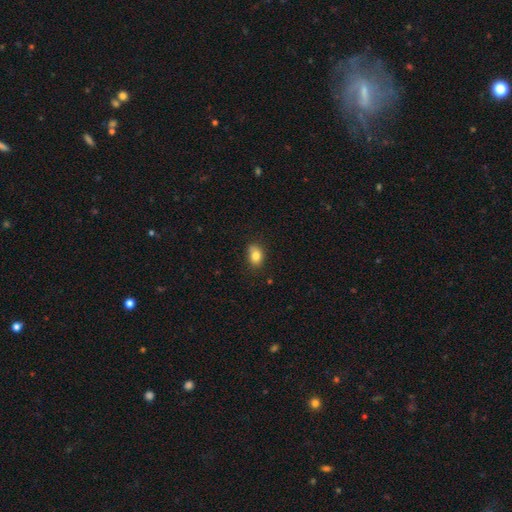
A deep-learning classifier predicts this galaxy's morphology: The model was most divided on "how rounded": in between: 71%, round: 28%, cigar-shaped: 1%. More confident: smooth or featured — smooth (82%); merging — none (70%).